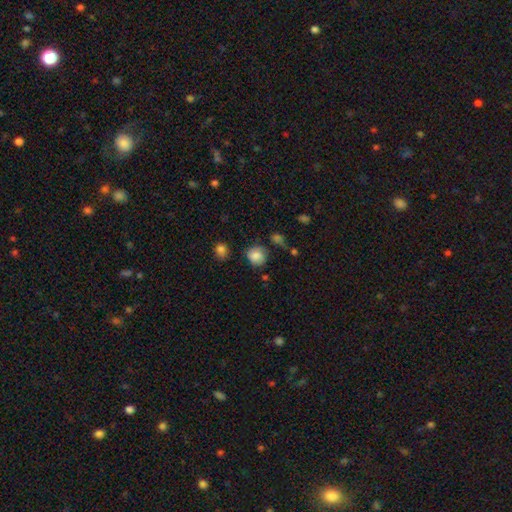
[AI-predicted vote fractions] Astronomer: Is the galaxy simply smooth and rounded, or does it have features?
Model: smooth — 82%.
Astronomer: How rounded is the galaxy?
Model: round — 80%.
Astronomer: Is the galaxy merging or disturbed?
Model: none — 70%.